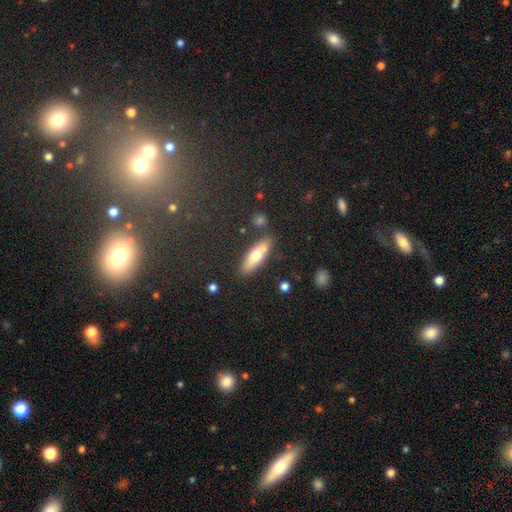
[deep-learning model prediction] Smooth or featured?
  - smooth: 64% *
  - featured or disk: 29%
  - star or artifact: 7%
How rounded?
  - cigar-shaped: 54% *
  - in between: 43%
  - round: 3%
Merging?
  - none: 74% *
  - minor disturbance: 13%
  - merger: 10%
  - major disturbance: 3%